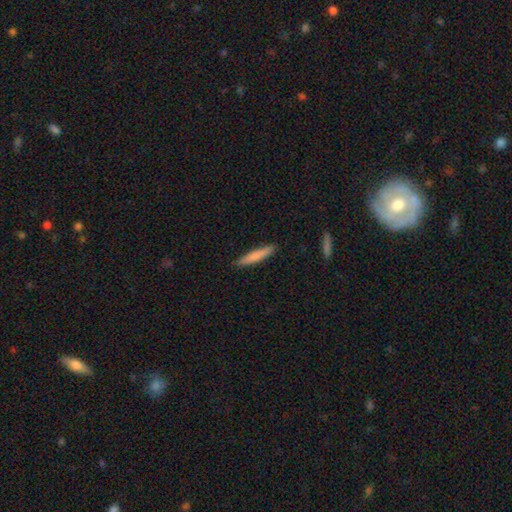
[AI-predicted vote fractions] Morphology: type=smooth (77%); roundness=cigar-shaped (93%); merging=none (90%).